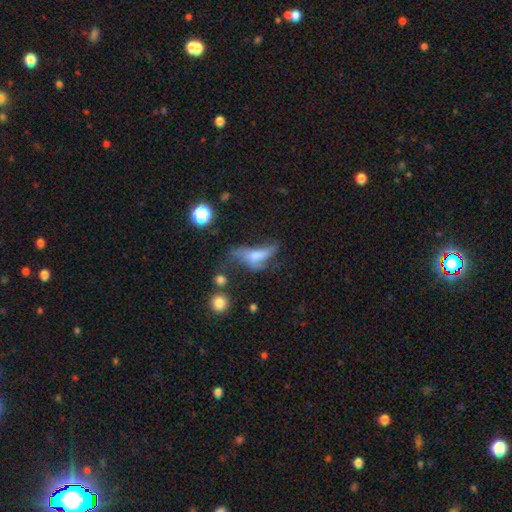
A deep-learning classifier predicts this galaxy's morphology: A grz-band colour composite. It shows a featured or disk galaxy (43%). Merging: major disturbance (43%).